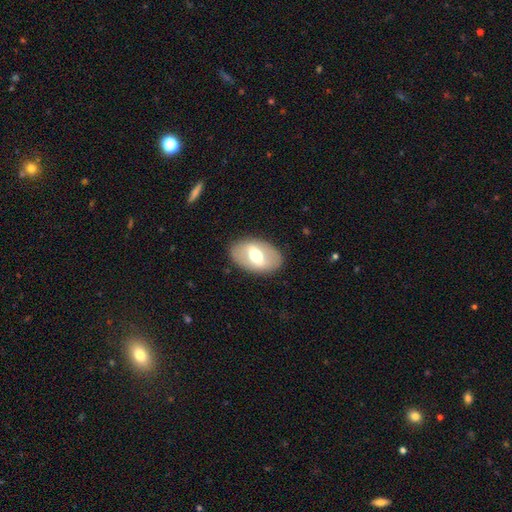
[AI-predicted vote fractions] A featured or disk galaxy (47%). Merging: none (85%).